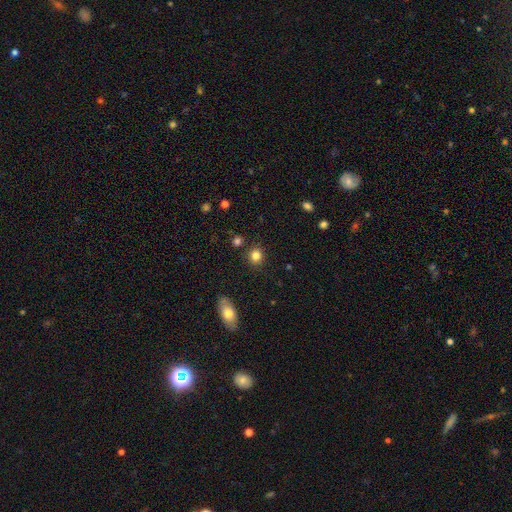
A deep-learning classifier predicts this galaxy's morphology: type=smooth (84%); roundness=round (83%); merging=none (87%).